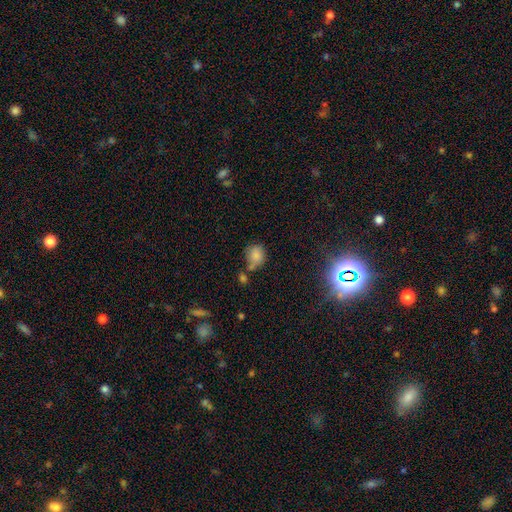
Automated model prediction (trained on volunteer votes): Smooth or featured?
  - smooth: 81% *
  - star or artifact: 11%
  - featured or disk: 8%
How rounded?
  - round: 67% *
  - in between: 32%
  - cigar-shaped: 1%
Merging?
  - none: 51% *
  - minor disturbance: 23%
  - merger: 19%
  - major disturbance: 7%